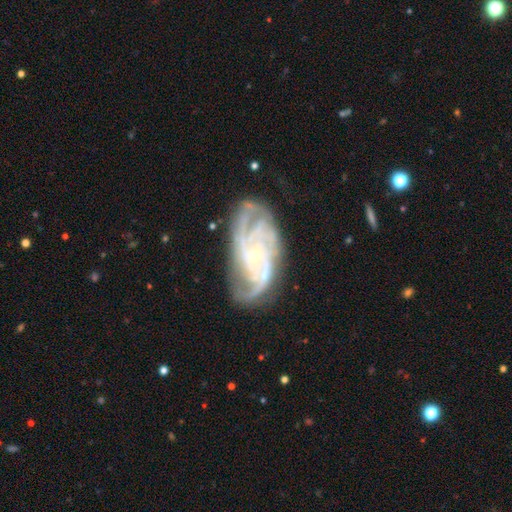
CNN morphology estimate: Smooth or featured? Predicted: featured or disk (p=0.89). Edge-on disk? Predicted: no (p=0.96). Bar? Predicted: no (p=0.67). Spiral arms? Predicted: yes (p=0.97). Spiral winding? Predicted: tight (p=0.56). Spiral arm count? Predicted: 3 (p=0.29). Bulge size? Predicted: small (p=0.82). Merging? Predicted: none (p=0.69).